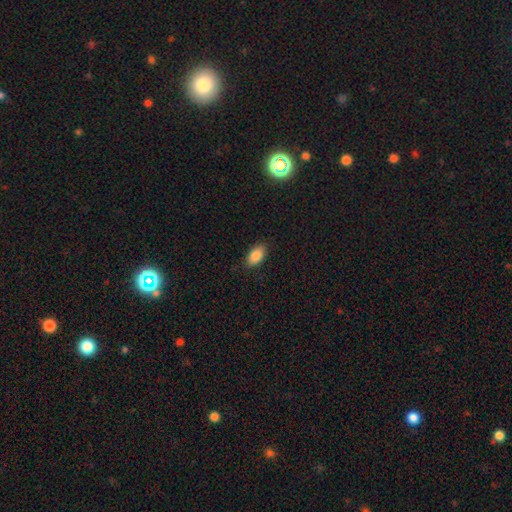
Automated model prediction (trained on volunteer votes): This appears to be a smooth galaxy with no disk features (87%) that is in between round and cigar-shaped (93%). Merging: none (86%).